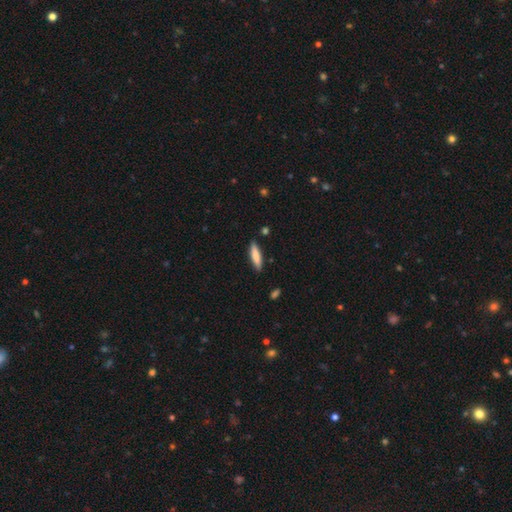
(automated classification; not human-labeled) Morphology: type=smooth (78%); roundness=cigar-shaped (76%); merging=none (87%).